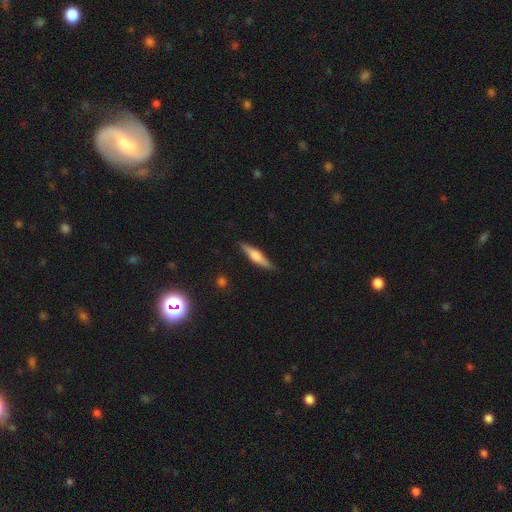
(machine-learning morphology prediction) The model was most divided on "smooth or featured": featured or disk: 49%, smooth: 45%, star or artifact: 6%. More confident: merging — none (87%).